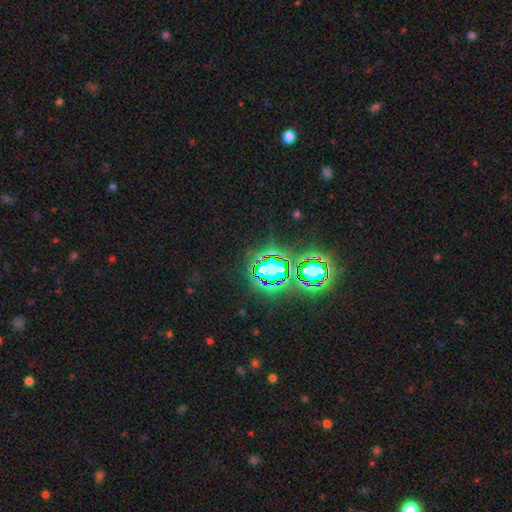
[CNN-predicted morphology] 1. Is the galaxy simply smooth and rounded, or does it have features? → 81% star or artifact, 12% smooth, 7% featured or disk.